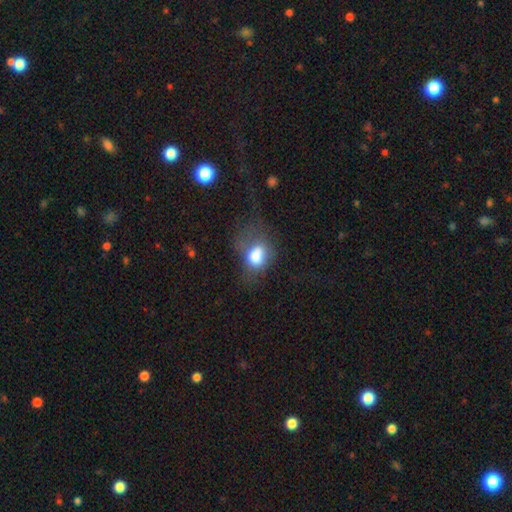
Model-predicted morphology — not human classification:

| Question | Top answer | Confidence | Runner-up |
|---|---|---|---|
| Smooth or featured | smooth | 72% | featured or disk (17%) |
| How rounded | in between | 59% | round (40%) |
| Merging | major disturbance | 41% | none (27%) |